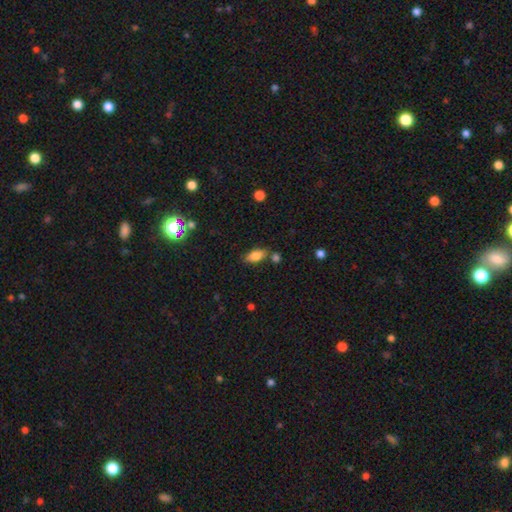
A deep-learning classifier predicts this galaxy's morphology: smooth-or-featured: smooth: 81% | featured or disk: 11% | star or artifact: 9%
  how-rounded: in between: 87% | cigar-shaped: 9% | round: 4%
  merging: none: 73% | minor disturbance: 14% | merger: 10% | major disturbance: 3%